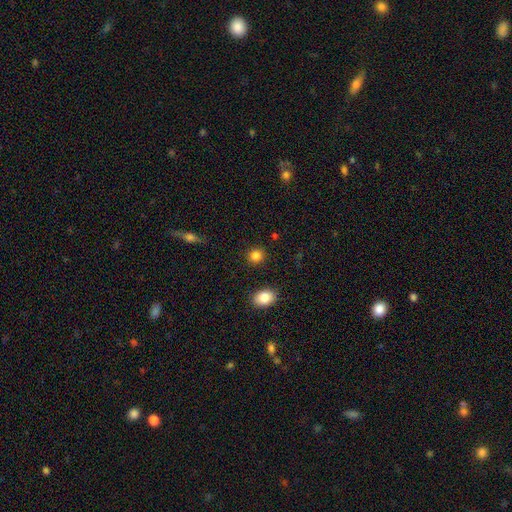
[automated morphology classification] type=smooth (85%); roundness=round (84%); merging=none (89%).